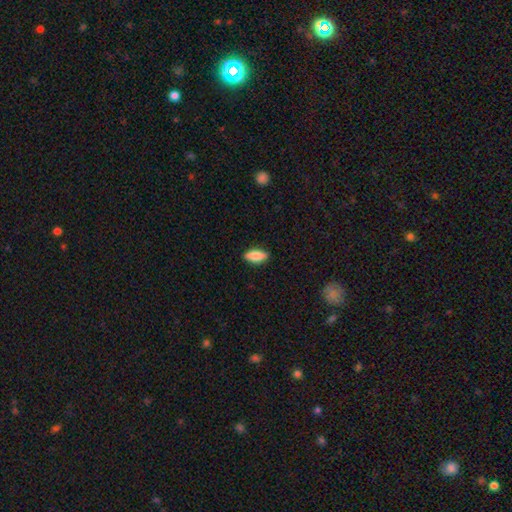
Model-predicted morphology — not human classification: Smooth or featured?
  - smooth: 84% *
  - featured or disk: 10%
  - star or artifact: 6%
How rounded?
  - in between: 81% *
  - cigar-shaped: 16%
  - round: 3%
Merging?
  - none: 86% *
  - minor disturbance: 10%
  - major disturbance: 2%
  - merger: 1%